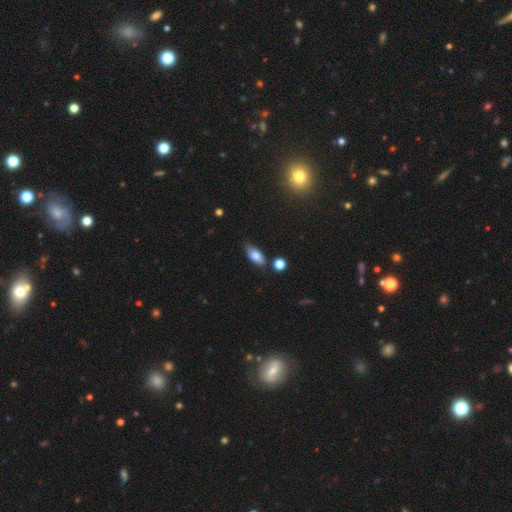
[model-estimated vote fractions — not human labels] smooth_or_featured: smooth (p=0.78) [alt: featured or disk p=0.14]
how_rounded: in between (p=0.85) [alt: cigar-shaped p=0.11]
merging: none (p=0.75) [alt: minor disturbance p=0.17]